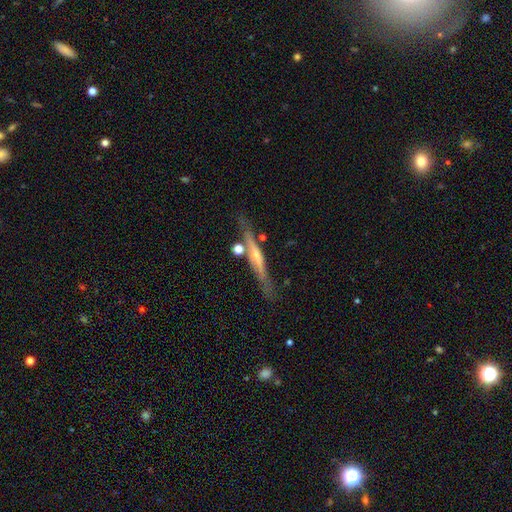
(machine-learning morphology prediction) Smooth or featured? featured or disk (75%)
Edge-on disk? yes (94%)
Edge-on bulge? rounded (77%)
Merging? none (75%)